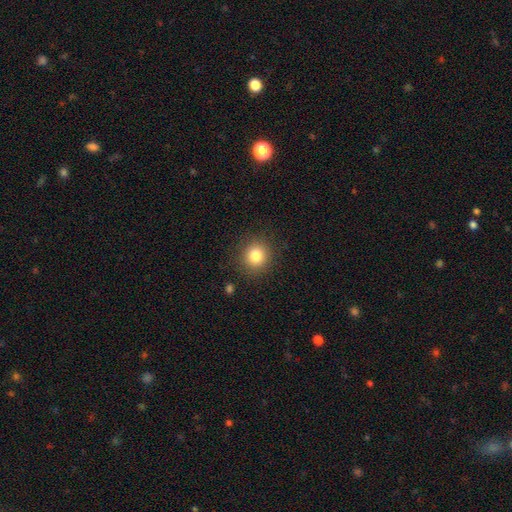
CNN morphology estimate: smooth_or_featured: smooth (p=0.82) [alt: star or artifact p=0.11]
how_rounded: round (p=0.88) [alt: in between p=0.11]
merging: none (p=0.89) [alt: minor disturbance p=0.07]